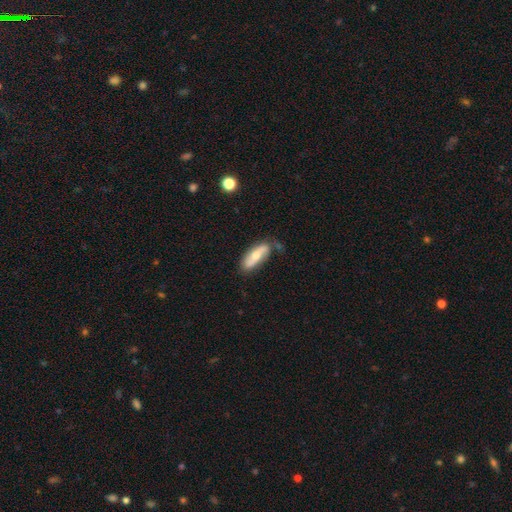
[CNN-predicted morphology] smooth-or-featured: smooth: 47% (tied) | featured or disk: 47% (tied) | star or artifact: 6%
  merging: none: 67% | minor disturbance: 24% | major disturbance: 5% | merger: 4%